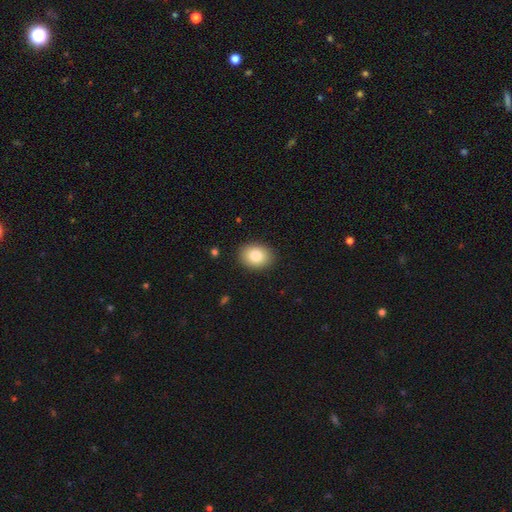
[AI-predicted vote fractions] smooth 84%, star or artifact 8%, featured or disk 8%. Down the decision tree: how rounded — in between (56%); merging — none (89%).